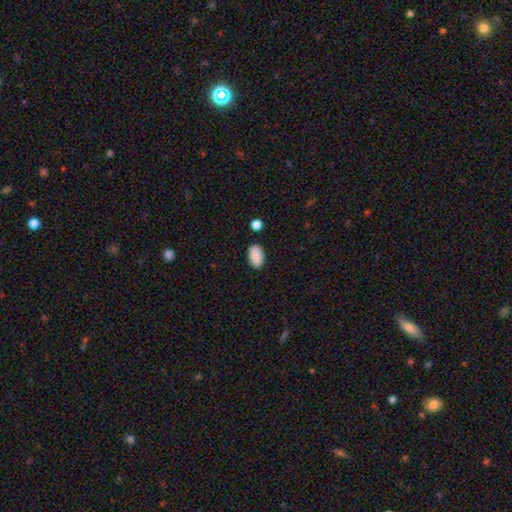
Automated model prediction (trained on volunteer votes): Overall: smooth (90%). How rounded: in between (93%). Merging: none (86%).